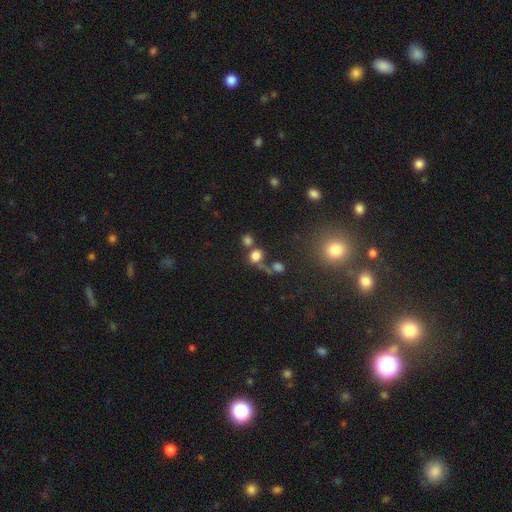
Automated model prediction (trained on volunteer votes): smooth_or_featured: smooth (p=0.74) [alt: star or artifact p=0.17]
how_rounded: round (p=0.73) [alt: in between p=0.25]
merging: none (p=0.47) [alt: merger p=0.32]